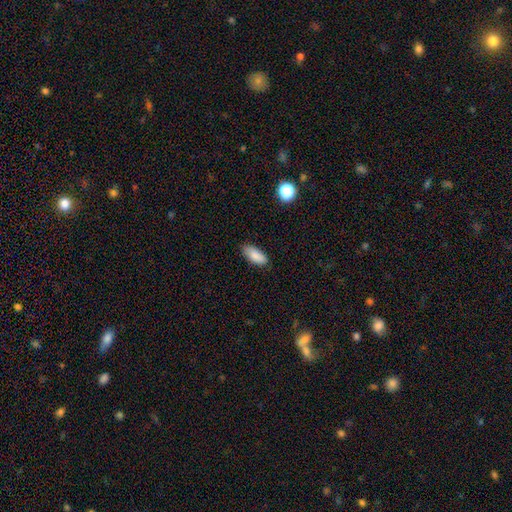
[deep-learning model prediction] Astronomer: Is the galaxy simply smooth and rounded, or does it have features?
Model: smooth — 86%.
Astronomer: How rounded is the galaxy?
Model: in between — 86%.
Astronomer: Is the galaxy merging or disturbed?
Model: none — 81%.